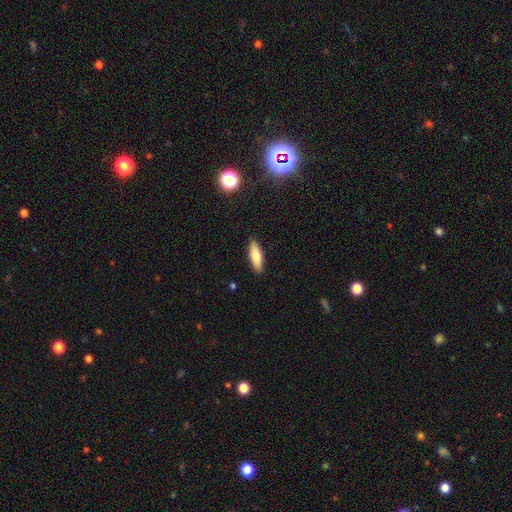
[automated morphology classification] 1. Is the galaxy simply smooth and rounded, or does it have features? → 76% smooth, 18% featured or disk, 6% star or artifact.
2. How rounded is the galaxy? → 58% in between, 40% cigar-shaped, 2% round.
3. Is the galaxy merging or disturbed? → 89% none, 8% minor disturbance, 2% major disturbance, 1% merger.